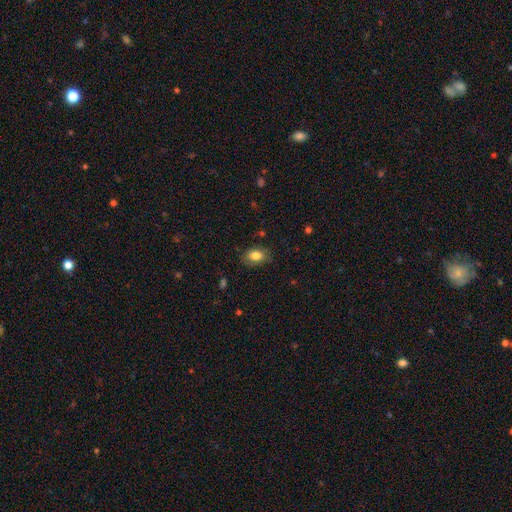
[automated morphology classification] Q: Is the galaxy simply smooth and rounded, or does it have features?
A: smooth — 80%.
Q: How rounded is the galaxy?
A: in between — 83%.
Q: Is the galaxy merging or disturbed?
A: none — 78%.